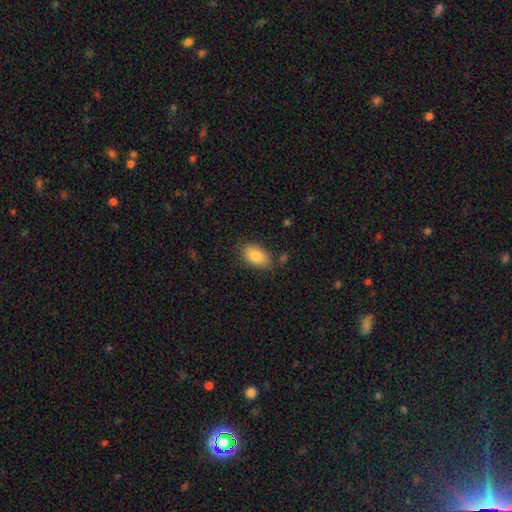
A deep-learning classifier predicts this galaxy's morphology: Q: Smooth or featured?
A: smooth (85%); runner-up: featured or disk (8%)
Q: How rounded?
A: in between (91%); runner-up: round (7%)
Q: Merging?
A: none (83%); runner-up: minor disturbance (12%)